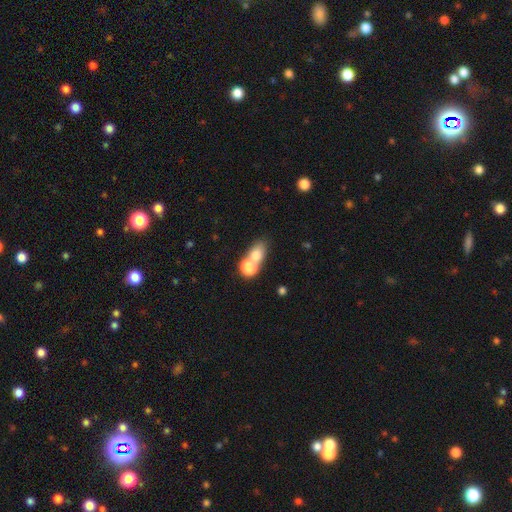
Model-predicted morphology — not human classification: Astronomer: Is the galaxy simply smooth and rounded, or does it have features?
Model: smooth — 73%.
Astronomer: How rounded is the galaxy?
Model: in between — 56% (runner-up: round, 42%).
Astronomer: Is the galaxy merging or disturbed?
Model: merger — 59%.